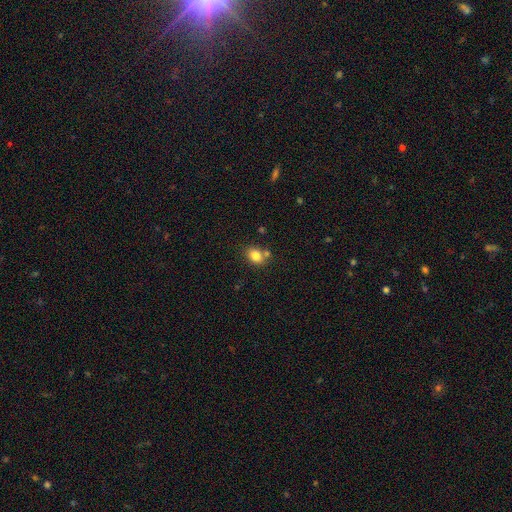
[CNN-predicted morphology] A smooth galaxy with no disk features (82%) that is in between round and cigar-shaped (59%). Merging: none (67%).